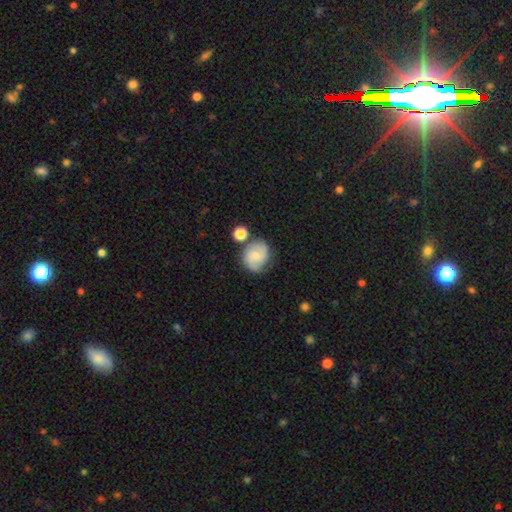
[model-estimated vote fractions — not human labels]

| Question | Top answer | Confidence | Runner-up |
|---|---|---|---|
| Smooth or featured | featured or disk | 50% | smooth (42%) |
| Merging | none | 64% | minor disturbance (19%) |